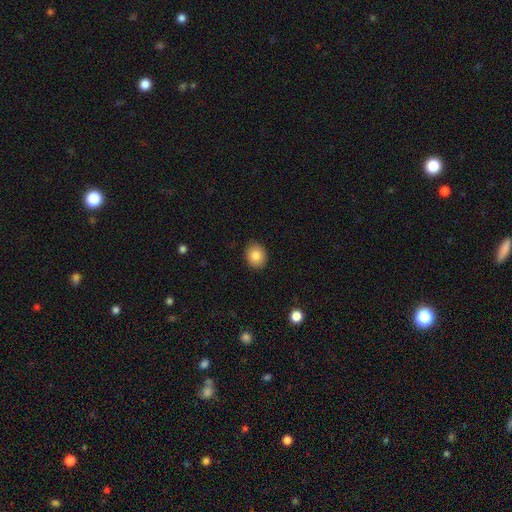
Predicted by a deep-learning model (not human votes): This is clearly a smooth galaxy (84%). How rounded: possibly round (57%). Merging: clearly none (90%).